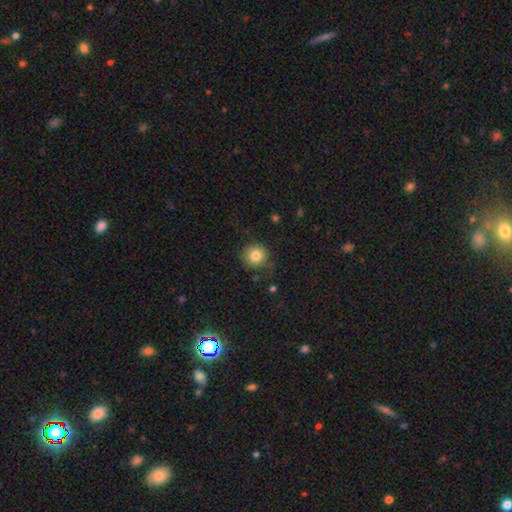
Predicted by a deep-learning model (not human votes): Smooth or featured? Predicted: smooth (p=0.83). How rounded? Predicted: round (p=0.93). Merging? Predicted: none (p=0.79).